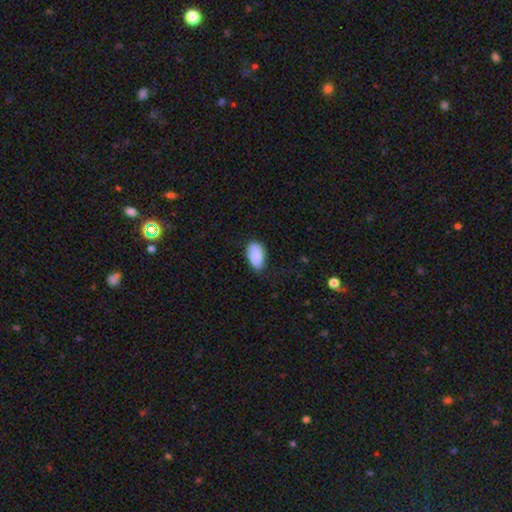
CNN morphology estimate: Overall: smooth (89%). How rounded: in between (94%). Merging: none (74%).